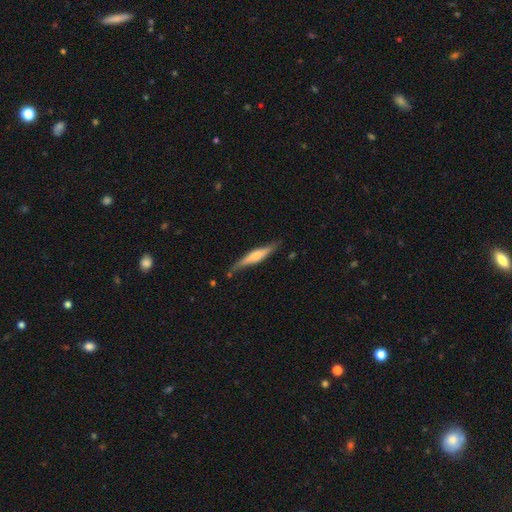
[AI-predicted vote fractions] Smooth or featured?
  - featured or disk: 50% *
  - smooth: 44%
  - star or artifact: 6%
Edge-on disk?
  - yes: 93% *
  - no: 7%
Merging?
  - none: 75% *
  - minor disturbance: 18%
  - major disturbance: 4%
  - merger: 3%